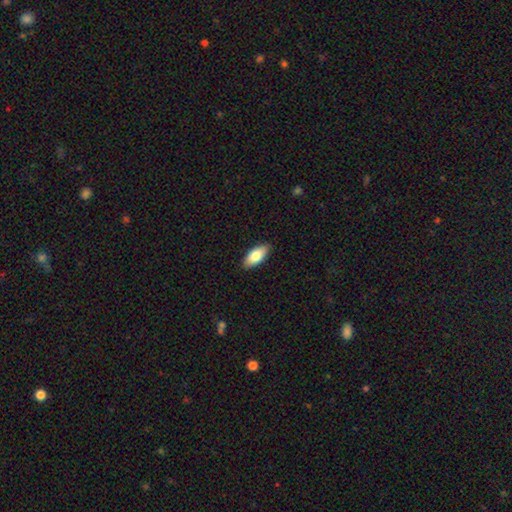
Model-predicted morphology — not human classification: This is likely a smooth galaxy (80%). How rounded: clearly in between (86%). Merging: clearly none (89%).